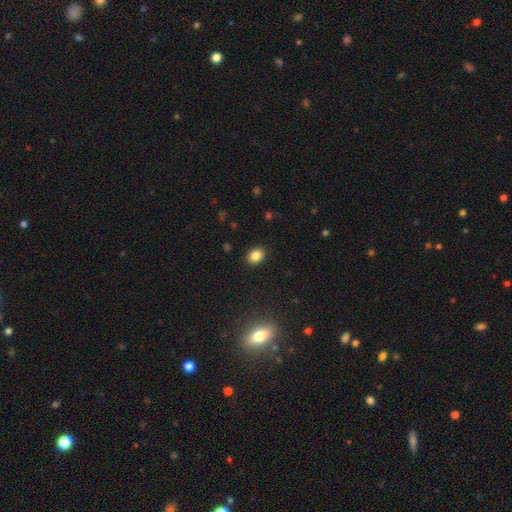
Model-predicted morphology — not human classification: Smooth or featured?
  - smooth: 84% *
  - star or artifact: 11%
  - featured or disk: 5%
How rounded?
  - in between: 60% *
  - round: 39%
  - cigar-shaped: 1%
Merging?
  - none: 89% *
  - minor disturbance: 7%
  - major disturbance: 2%
  - merger: 1%